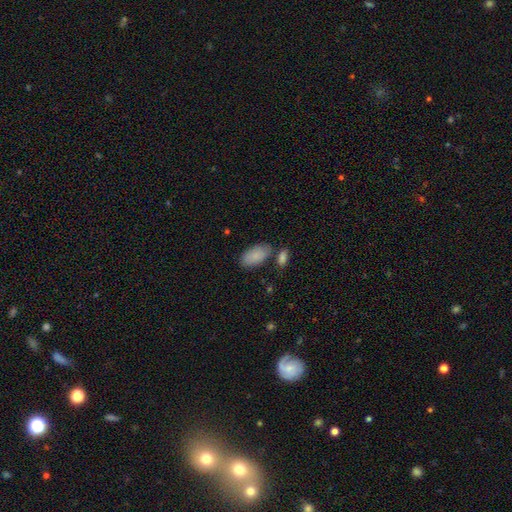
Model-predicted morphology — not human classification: The model was most divided on "merging": none: 68%, minor disturbance: 15%, merger: 13%, major disturbance: 4%. More confident: how rounded — in between (94%); smooth or featured — smooth (87%).